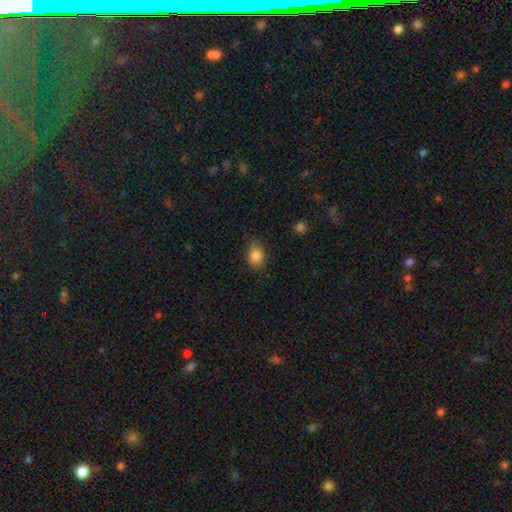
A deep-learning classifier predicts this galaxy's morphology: A smooth galaxy with no disk features (85%) that is in between round and cigar-shaped (69%).

Vote fractions:
- Smooth or featured? smooth: 85% / star or artifact: 9% / featured or disk: 6%
- How rounded? in between: 69% / round: 29% / cigar-shaped: 1%
- Merging? none: 74% / minor disturbance: 20% / major disturbance: 4% / merger: 1%